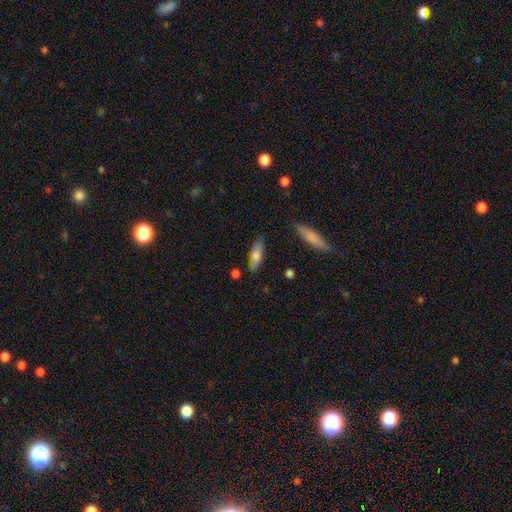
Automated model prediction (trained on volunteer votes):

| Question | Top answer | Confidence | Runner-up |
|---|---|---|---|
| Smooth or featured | smooth | 66% | featured or disk (27%) |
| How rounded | cigar-shaped | 53% | in between (44%) |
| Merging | none | 75% | minor disturbance (18%) |